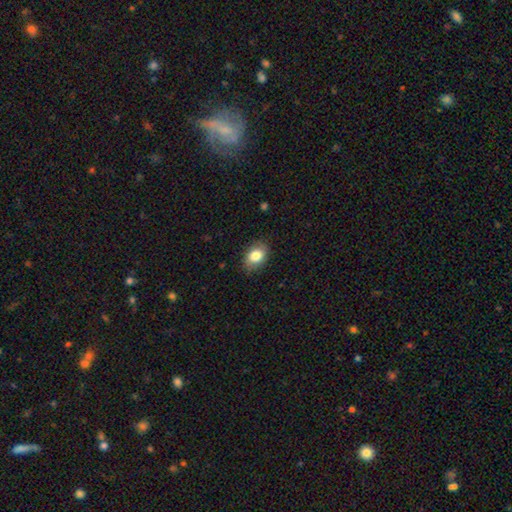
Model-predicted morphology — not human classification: A smooth galaxy with no disk features (83%) that is in between round and cigar-shaped (81%). Merging: none (84%).